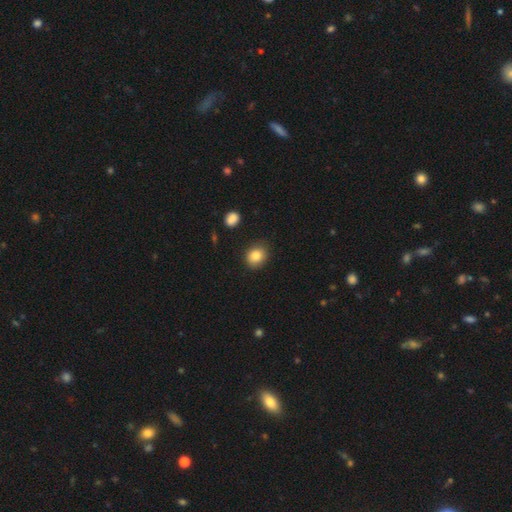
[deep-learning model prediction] A smooth galaxy with no disk features (84%) that is round (62%).

Vote fractions:
- Smooth or featured? smooth: 84% / star or artifact: 9% / featured or disk: 6%
- How rounded? round: 62% / in between: 37% / cigar-shaped: 1%
- Merging? none: 84% / minor disturbance: 11% / major disturbance: 3% / merger: 2%